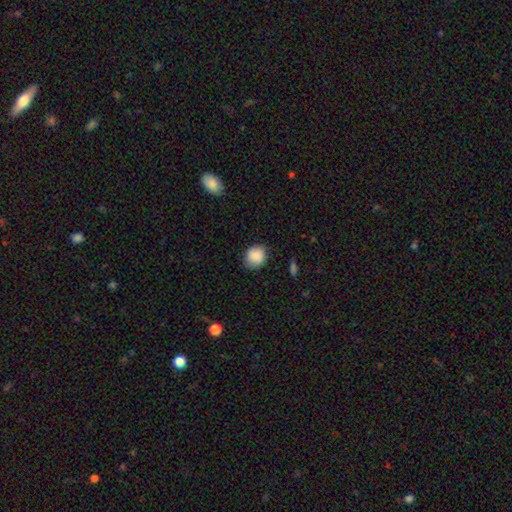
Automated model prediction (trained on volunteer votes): smooth 87%, star or artifact 8%, featured or disk 5%. Down the decision tree: how rounded — round (74%); merging — none (79%).